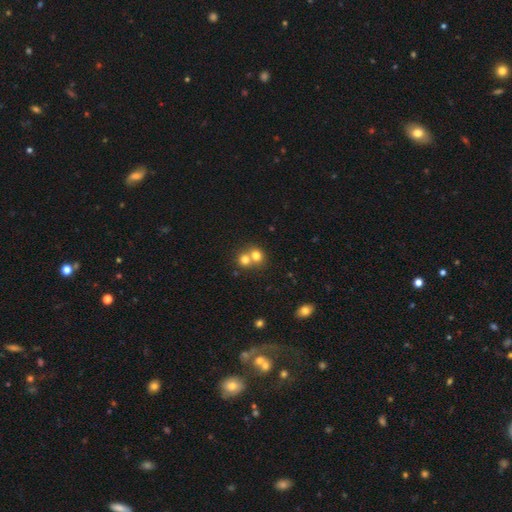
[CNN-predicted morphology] A smooth galaxy with no disk features (75%) that is round (75%).

Vote fractions:
- Smooth or featured? smooth: 75% / featured or disk: 13% / star or artifact: 12%
- How rounded? round: 75% / in between: 24% / cigar-shaped: 1%
- Merging? merger: 59% / none: 34% / minor disturbance: 5% / major disturbance: 2%